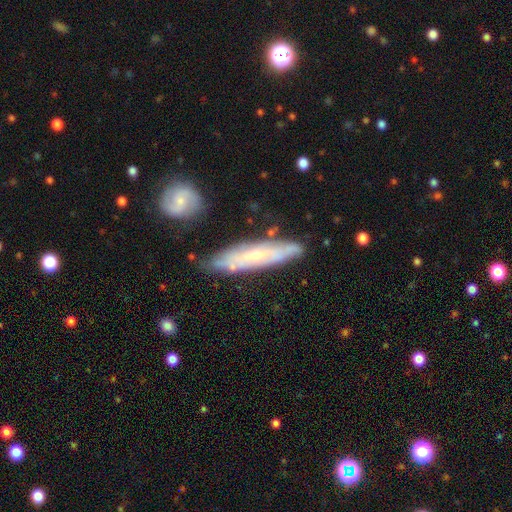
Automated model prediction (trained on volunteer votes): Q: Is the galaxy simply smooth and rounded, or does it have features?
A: featured or disk — 63%.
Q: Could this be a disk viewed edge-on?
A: yes — 50%, tied with no.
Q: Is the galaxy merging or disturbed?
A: none — 71%.